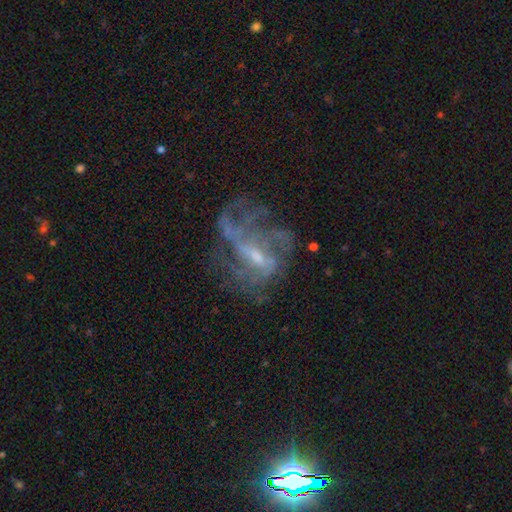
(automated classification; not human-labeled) Smooth or featured? featured or disk (78%)
Edge-on disk? no (96%)
Bar? weak (49%)
Spiral arms? yes (69%)
Spiral winding? loose (45%)
Spiral arm count? can't tell (40%)
Bulge size? small (48%)
Merging? none (42%)